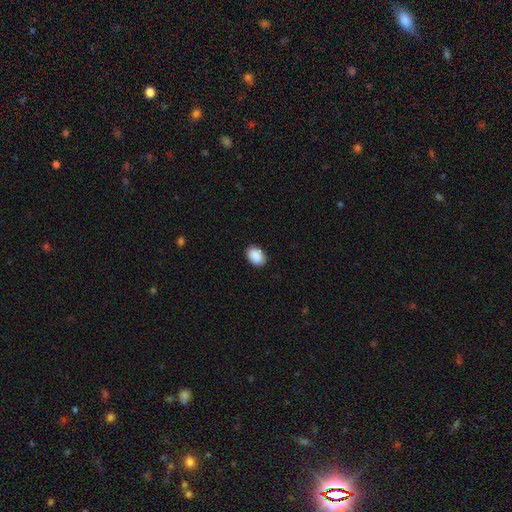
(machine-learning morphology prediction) The model was most divided on "how rounded": in between: 79%, round: 20%, cigar-shaped: 1%. More confident: smooth or featured — smooth (91%); merging — none (88%).